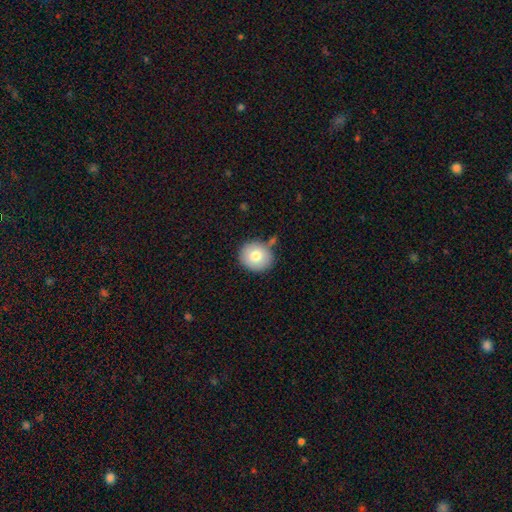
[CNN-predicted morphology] Smooth or featured: smooth — 78% (featured or disk — 14%)
How rounded: round — 84% (in between — 15%)
Merging: none — 75% (minor disturbance — 14%)